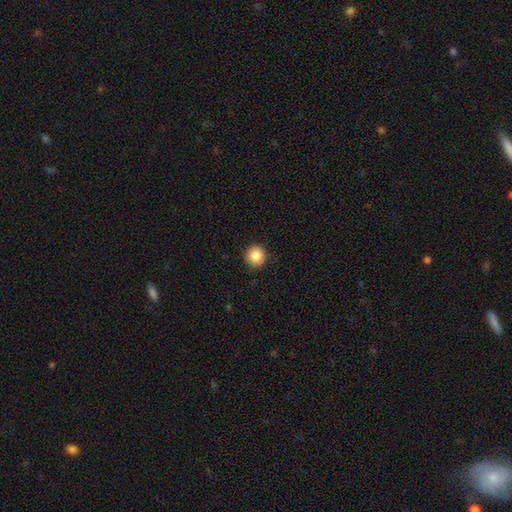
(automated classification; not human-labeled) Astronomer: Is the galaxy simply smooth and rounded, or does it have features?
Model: smooth — 86%.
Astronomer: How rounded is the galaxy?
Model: round — 95%.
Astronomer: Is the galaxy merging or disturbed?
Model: none — 92%.